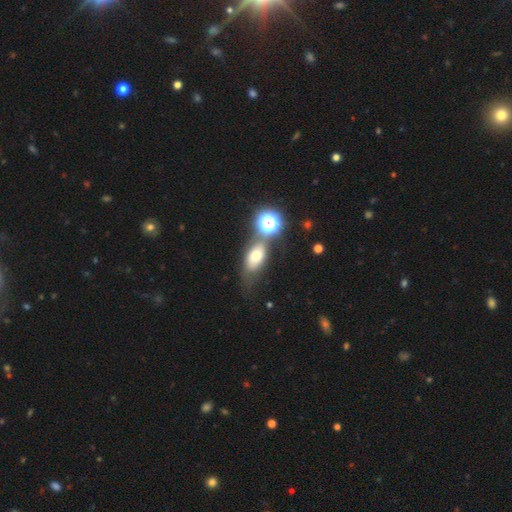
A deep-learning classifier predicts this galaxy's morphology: smooth-or-featured: smooth: 65% | featured or disk: 20% | star or artifact: 16%
  how-rounded: in between: 80% | round: 16% | cigar-shaped: 5%
  merging: none: 54% | minor disturbance: 19% | merger: 18% | major disturbance: 10%